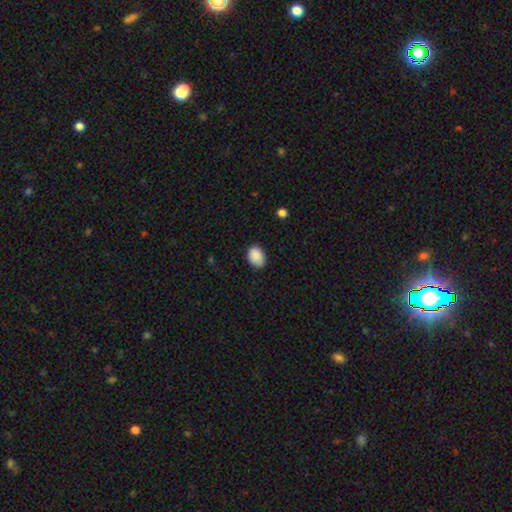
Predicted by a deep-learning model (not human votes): A smooth galaxy with no disk features (89%) that is in between round and cigar-shaped (73%). Merging: none (79%).